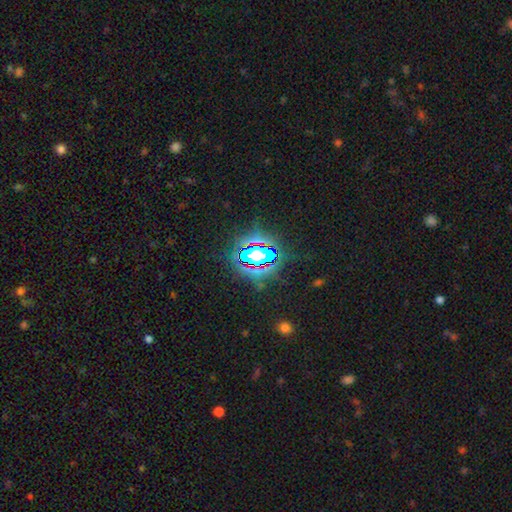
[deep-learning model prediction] Smooth or featured: star or artifact — 79% (smooth — 12%)